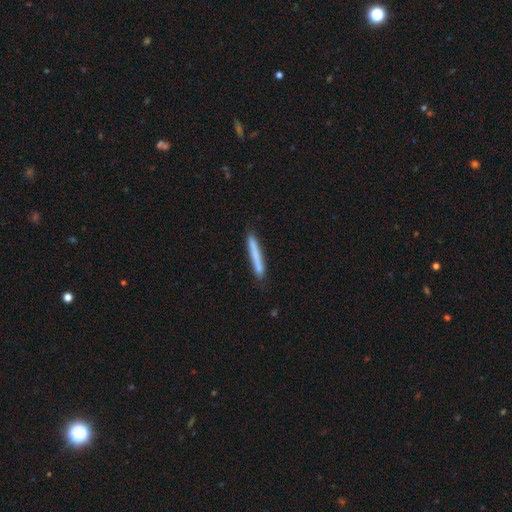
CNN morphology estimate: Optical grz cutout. It shows a smooth galaxy with no disk features (73%) that is cigar-shaped (97%). Merging: none (85%).